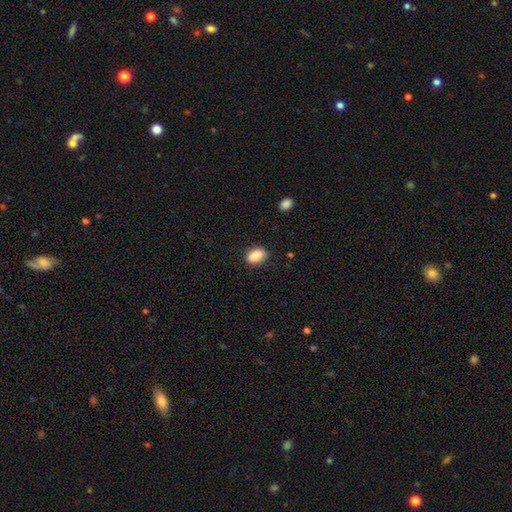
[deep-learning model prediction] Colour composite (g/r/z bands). It shows a smooth galaxy with no disk features (87%) that is in between round and cigar-shaped (87%). Merging: none (85%).